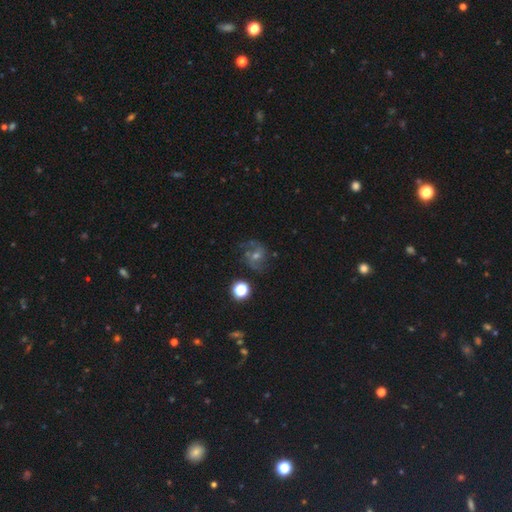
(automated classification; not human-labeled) Overall: featured or disk (69%). Edge-on disk: no (97%). Bar: no (48%; weak 41%). Spiral arms: yes (93%). Spiral arm count: 2 (73%). Spiral winding: medium (52%; loose 30%). Bulge size: small (47%; moderate 45%). Merging: none (72%).